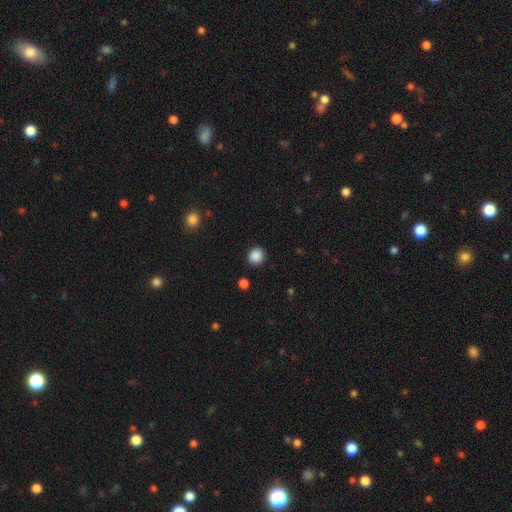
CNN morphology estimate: Q: Smooth or featured?
A: smooth (88%); runner-up: star or artifact (10%)
Q: How rounded?
A: round (87%); runner-up: in between (12%)
Q: Merging?
A: none (90%); runner-up: minor disturbance (6%)